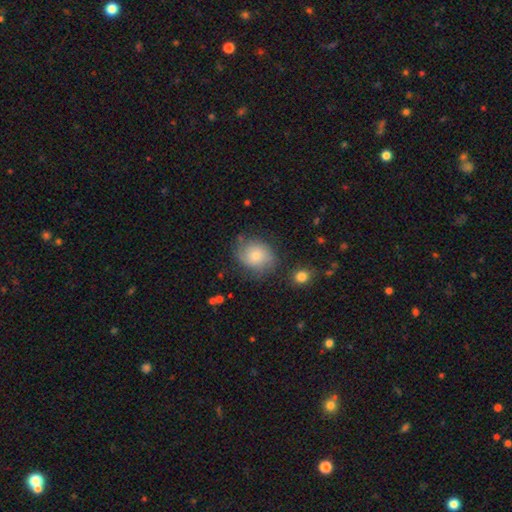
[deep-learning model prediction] smooth-or-featured: smooth: 57% | featured or disk: 34% | star or artifact: 9%
  how-rounded: round: 60% | in between: 39% | cigar-shaped: 1%
  merging: none: 65% | minor disturbance: 23% | major disturbance: 9% | merger: 3%